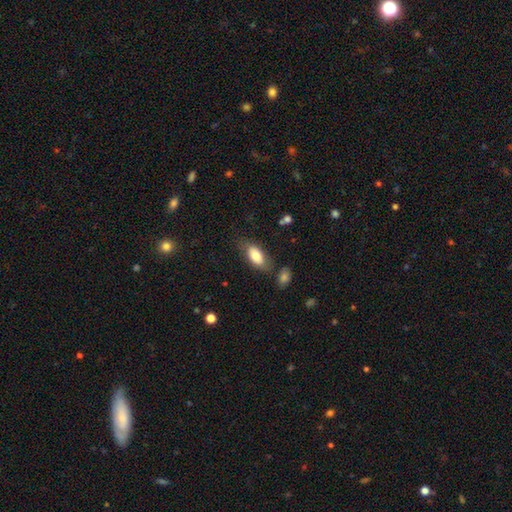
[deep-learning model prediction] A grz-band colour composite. It shows a smooth galaxy with no disk features (78%) that is in between round and cigar-shaped (89%). Merging: none (68%).